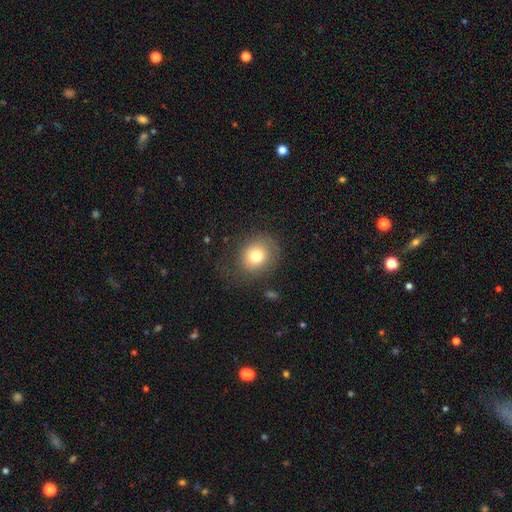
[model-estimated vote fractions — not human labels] This appears to be a smooth galaxy with no disk features (74%) that is round (75%). Merging: none (70%).